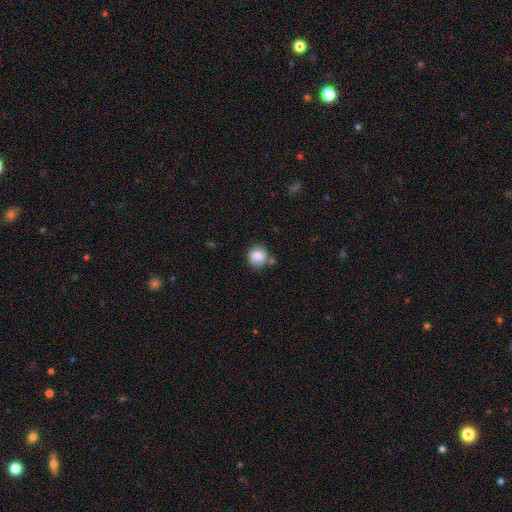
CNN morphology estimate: Q: Smooth or featured?
A: smooth (81%); runner-up: featured or disk (11%)
Q: How rounded?
A: round (85%); runner-up: in between (15%)
Q: Merging?
A: none (65%); runner-up: minor disturbance (18%)